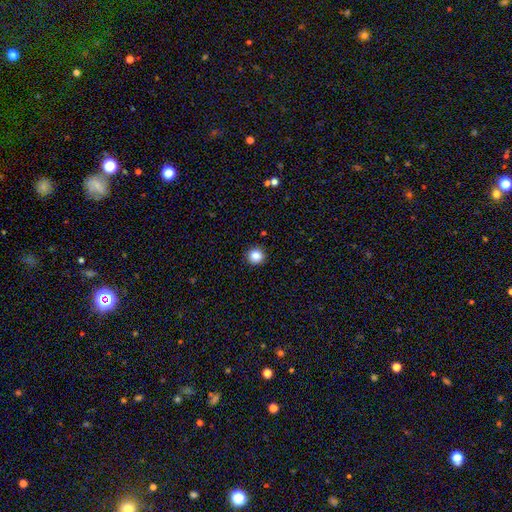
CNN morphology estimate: smooth-or-featured: smooth: 85% | star or artifact: 11% | featured or disk: 5%
  how-rounded: round: 94% | in between: 5% | cigar-shaped: 1%
  merging: none: 92% | minor disturbance: 5% | major disturbance: 2% | merger: 1%